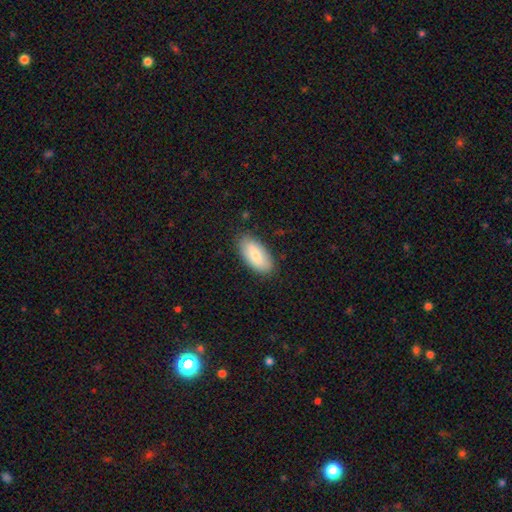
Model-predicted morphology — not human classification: Overall: smooth (77%). How rounded: in between (91%). Merging: none (83%).